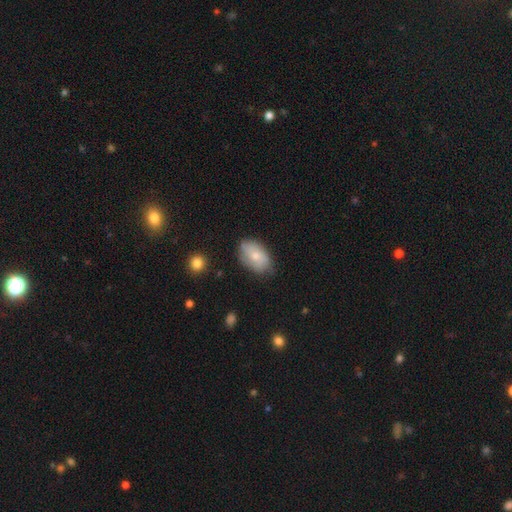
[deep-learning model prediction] Q: Smooth or featured?
A: smooth (62%); runner-up: featured or disk (31%)
Q: How rounded?
A: in between (89%); runner-up: round (9%)
Q: Merging?
A: none (71%); runner-up: minor disturbance (23%)